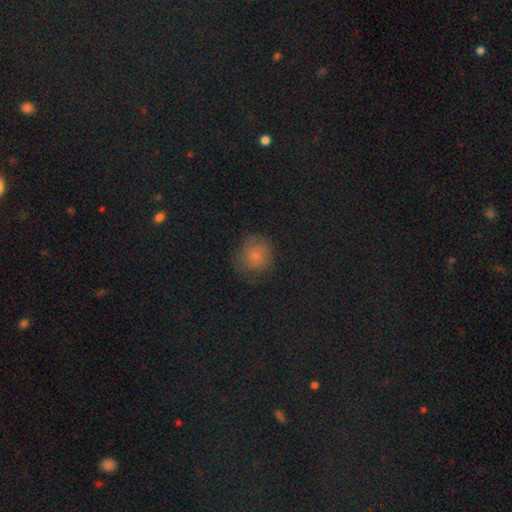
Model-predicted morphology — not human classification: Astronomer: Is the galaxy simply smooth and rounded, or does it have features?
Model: smooth — 72%.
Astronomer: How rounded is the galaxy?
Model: round — 85%.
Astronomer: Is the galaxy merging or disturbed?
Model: none — 69%.